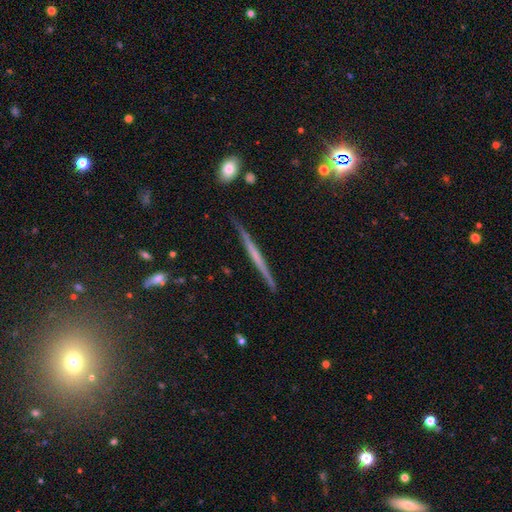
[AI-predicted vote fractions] Overall: featured or disk (61%; smooth 30%). Edge-on disk: yes (97%). Edge-on bulge: none (79%). Merging: none (89%).